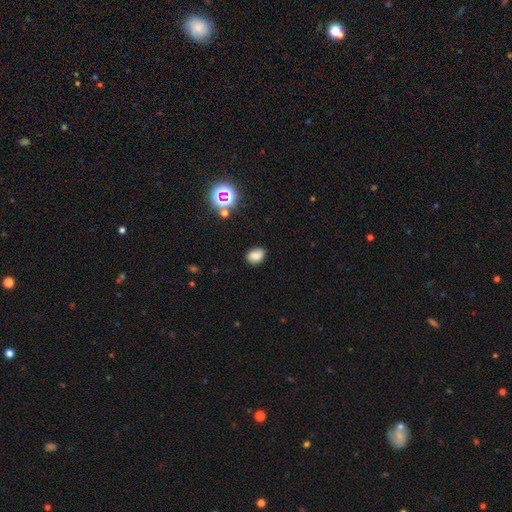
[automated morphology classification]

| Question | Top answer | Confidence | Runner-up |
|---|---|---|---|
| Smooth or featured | smooth | 80% | star or artifact (13%) |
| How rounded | in between | 72% | round (27%) |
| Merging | none | 83% | minor disturbance (13%) |